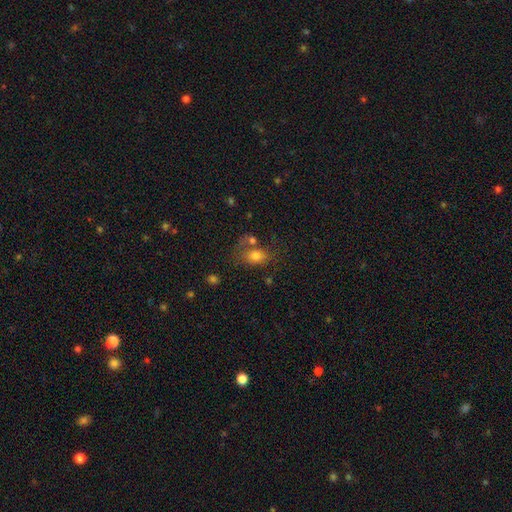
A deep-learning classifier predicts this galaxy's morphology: This is likely a smooth galaxy (74%). How rounded: likely in between (73%). Merging: marginally none (42%).